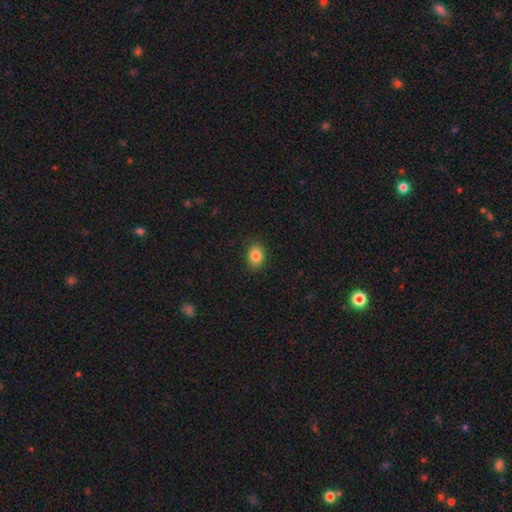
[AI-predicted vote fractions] Smooth or featured? Predicted: smooth (p=0.84). How rounded? Predicted: in between (p=0.63). Merging? Predicted: none (p=0.85).